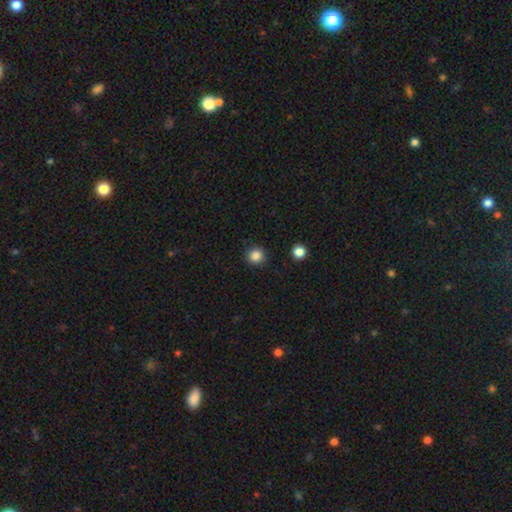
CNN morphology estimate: type=smooth (86%); roundness=round (94%); merging=none (90%).